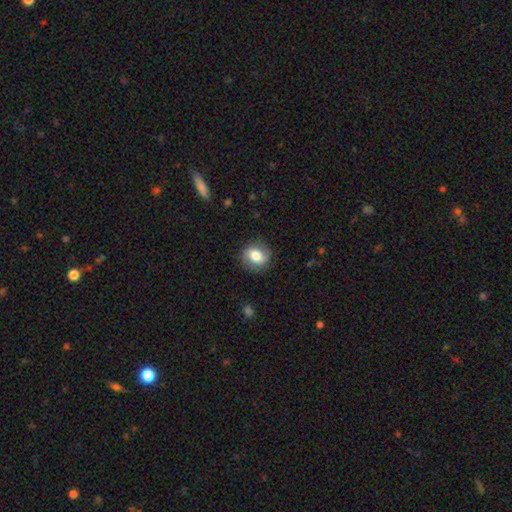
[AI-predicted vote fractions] Smooth or featured?
  - smooth: 71% *
  - featured or disk: 21%
  - star or artifact: 8%
How rounded?
  - round: 69% *
  - in between: 30%
  - cigar-shaped: 1%
Merging?
  - none: 83% *
  - minor disturbance: 12%
  - major disturbance: 4%
  - merger: 1%